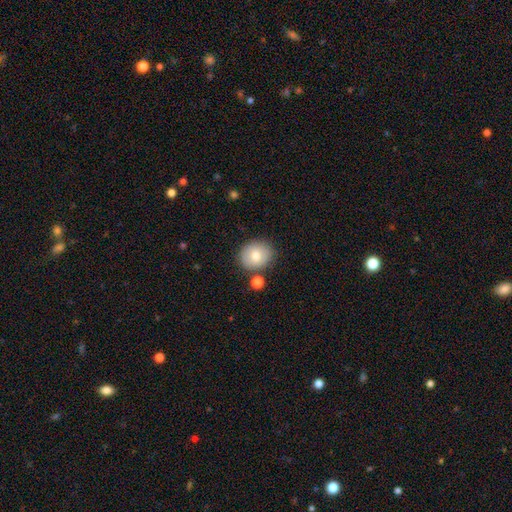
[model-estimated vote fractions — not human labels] smooth_or_featured: smooth (p=0.77) [alt: featured or disk p=0.14]
how_rounded: round (p=0.64) [alt: in between p=0.35]
merging: none (p=0.79) [alt: minor disturbance p=0.11]